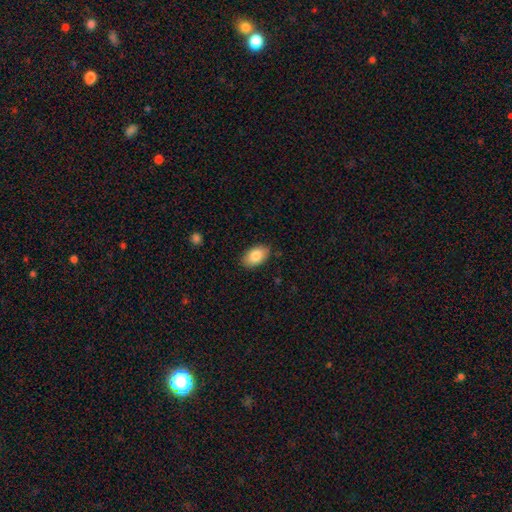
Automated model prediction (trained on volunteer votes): A smooth galaxy with no disk features (85%) that is in between round and cigar-shaped (92%). Merging: none (85%).